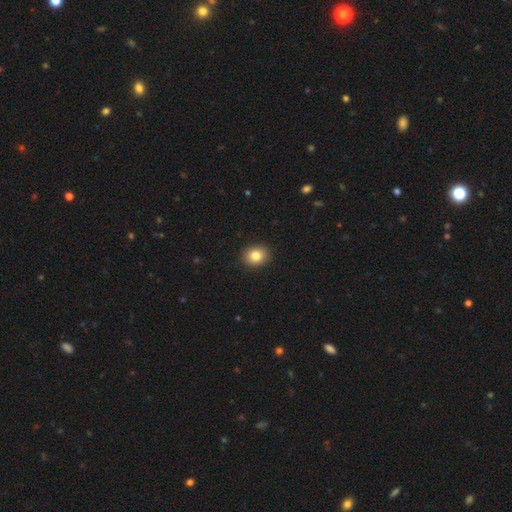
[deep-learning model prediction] A smooth galaxy with no disk features (84%) that is round (61%). Merging: none (91%).